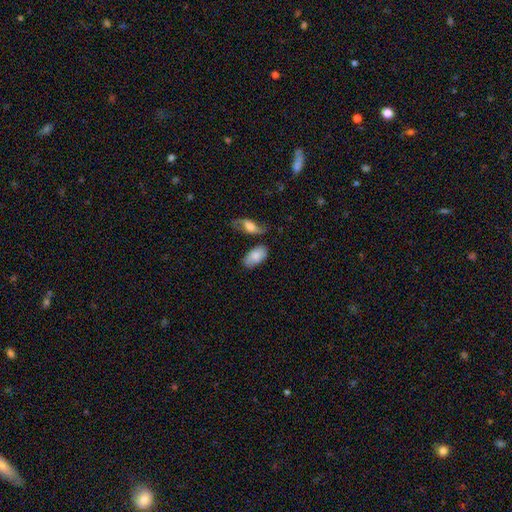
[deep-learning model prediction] Overall: smooth (76%). How rounded: in between (94%). Merging: none (63%).